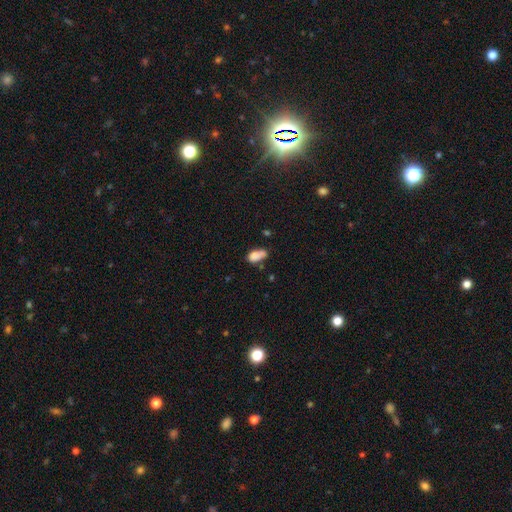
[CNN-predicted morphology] type=smooth (82%); roundness=in between (89%); merging=none (46%).